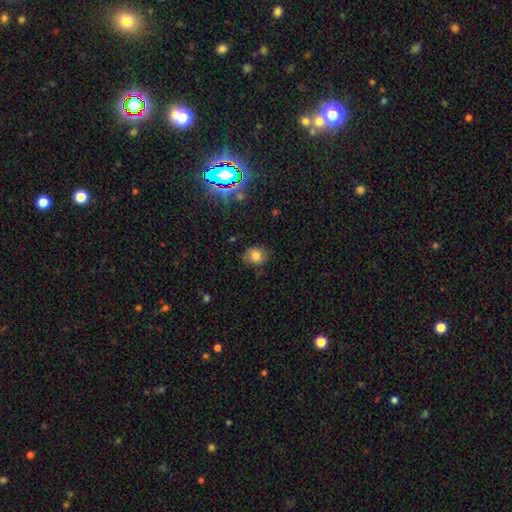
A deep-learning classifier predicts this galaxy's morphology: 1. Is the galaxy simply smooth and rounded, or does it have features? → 79% smooth, 13% star or artifact, 8% featured or disk.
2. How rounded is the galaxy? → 66% round, 33% in between, 1% cigar-shaped.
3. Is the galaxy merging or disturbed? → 77% none, 17% minor disturbance, 4% major disturbance, 2% merger.